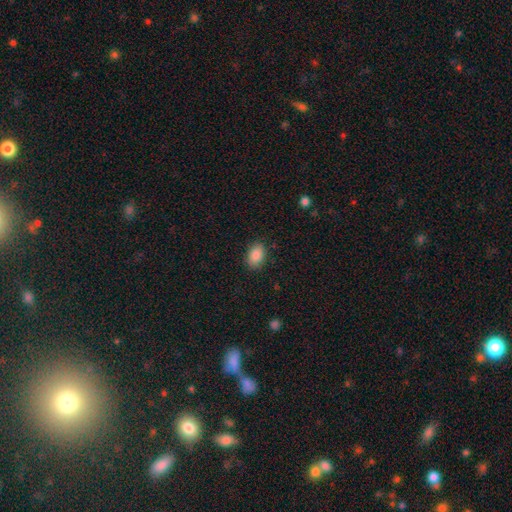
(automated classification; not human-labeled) smooth_or_featured: smooth (p=0.88) [alt: star or artifact p=0.07]
how_rounded: in between (p=0.86) [alt: round p=0.13]
merging: none (p=0.86) [alt: minor disturbance p=0.10]